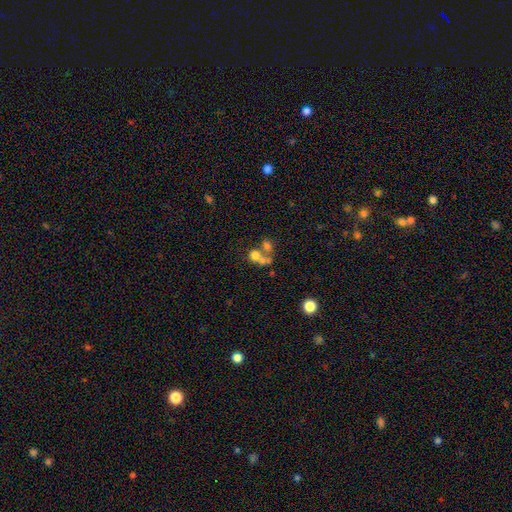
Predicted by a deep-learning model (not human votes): Smooth or featured: smooth — 62% (featured or disk — 23%)
How rounded: round — 73% (in between — 26%)
Merging: merger — 56% (none — 29%)